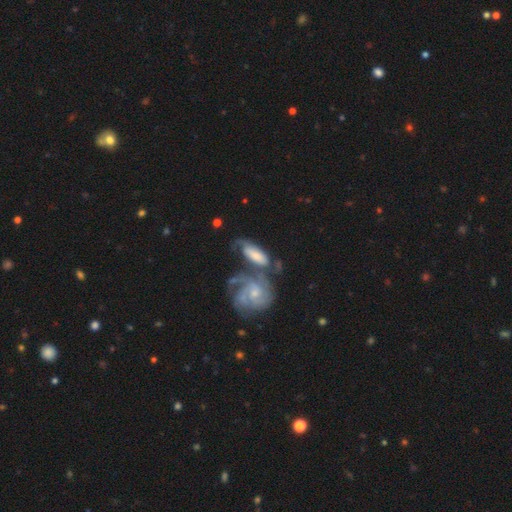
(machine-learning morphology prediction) Q: Smooth or featured?
A: featured or disk (57%); runner-up: smooth (37%)
Q: Edge-on disk?
A: no (90%); runner-up: yes (10%)
Q: Bar?
A: no (59%); runner-up: weak (28%)
Q: Spiral arms?
A: yes (88%); runner-up: no (12%)
Q: Bulge size?
A: small (47%); runner-up: moderate (26%)
Q: Merging?
A: merger (38%); runner-up: none (32%)